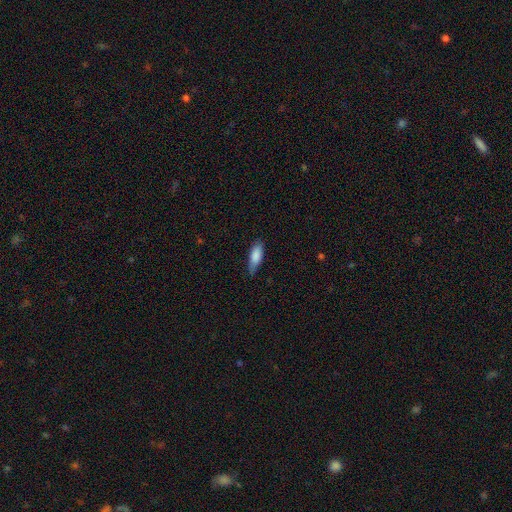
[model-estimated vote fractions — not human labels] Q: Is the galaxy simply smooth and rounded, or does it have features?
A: smooth — 84%.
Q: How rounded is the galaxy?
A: in between — 65%.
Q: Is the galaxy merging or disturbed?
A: none — 73%.